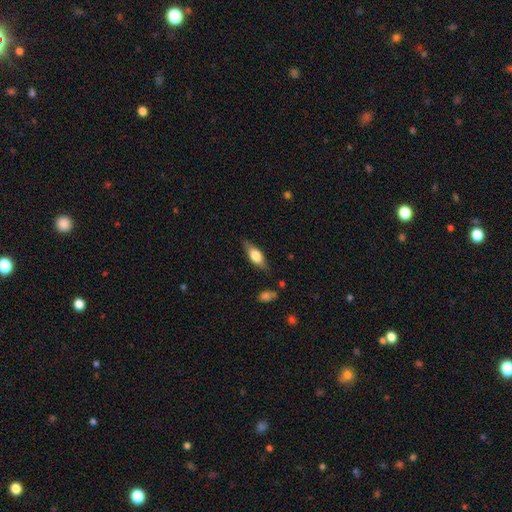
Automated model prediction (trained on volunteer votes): This is likely a smooth galaxy (61%). How rounded: likely in between (67%). Merging: likely none (78%).